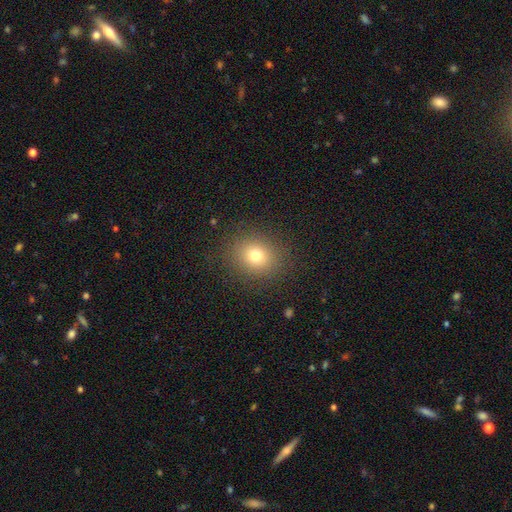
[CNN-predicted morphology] Smooth or featured? Predicted: smooth (p=0.76). How rounded? Predicted: round (p=0.69). Merging? Predicted: none (p=0.88).